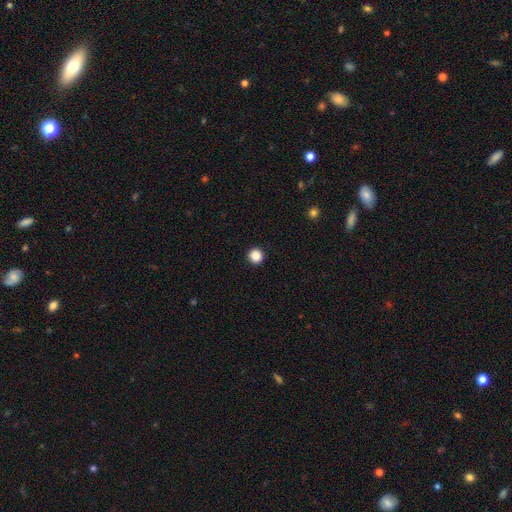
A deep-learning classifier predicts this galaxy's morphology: Smooth or featured: smooth — 88% (star or artifact — 10%)
How rounded: round — 96% (in between — 3%)
Merging: none — 93% (minor disturbance — 4%)